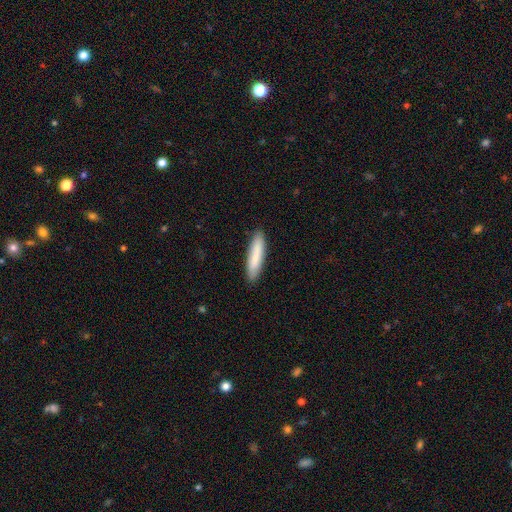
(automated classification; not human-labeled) Smooth or featured? smooth (84%)
How rounded? cigar-shaped (83%)
Merging? none (89%)